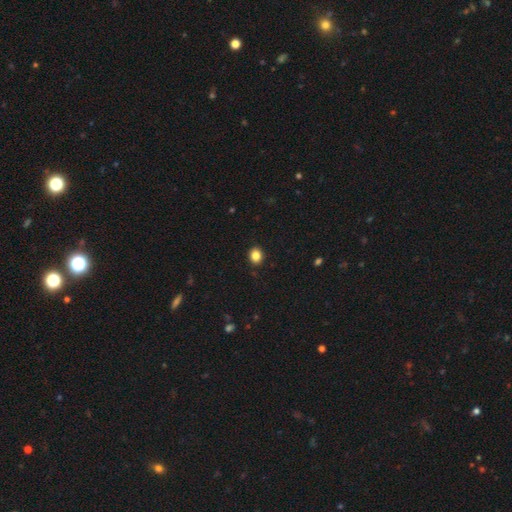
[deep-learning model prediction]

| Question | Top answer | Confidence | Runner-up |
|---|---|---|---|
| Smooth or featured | smooth | 85% | star or artifact (10%) |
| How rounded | round | 61% | in between (38%) |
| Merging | none | 90% | minor disturbance (7%) |